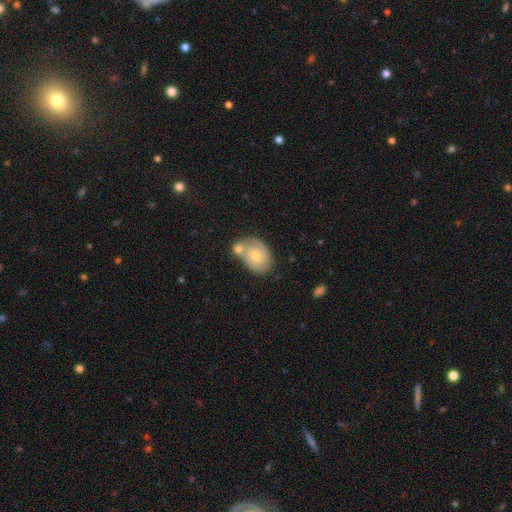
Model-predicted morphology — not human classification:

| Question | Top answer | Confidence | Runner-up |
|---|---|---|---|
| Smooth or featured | featured or disk | 52% | smooth (41%) |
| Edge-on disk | no | 97% | yes (3%) |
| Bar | no | 73% | weak (24%) |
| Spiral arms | yes | 79% | no (21%) |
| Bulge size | moderate | 53% | small (39%) |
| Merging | merger | 40% | none (39%) |